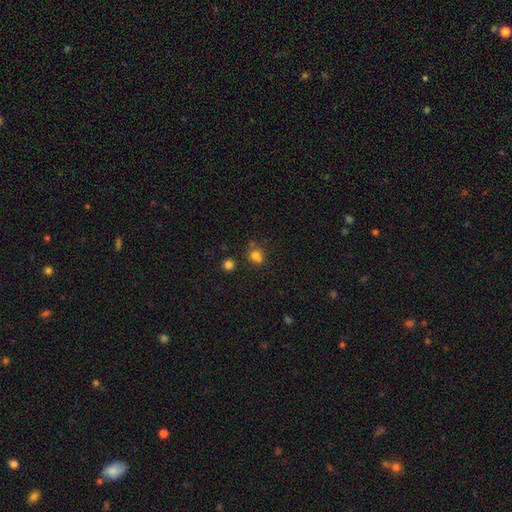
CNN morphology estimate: Smooth or featured?
  - smooth: 71% *
  - star or artifact: 17%
  - featured or disk: 11%
How rounded?
  - round: 73% *
  - in between: 26%
  - cigar-shaped: 1%
Merging?
  - none: 51% *
  - merger: 29%
  - minor disturbance: 14%
  - major disturbance: 6%